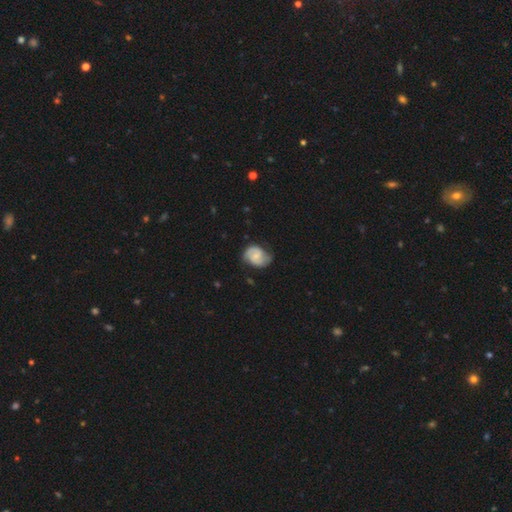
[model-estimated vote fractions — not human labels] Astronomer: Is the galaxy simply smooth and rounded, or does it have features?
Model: featured or disk — 66%.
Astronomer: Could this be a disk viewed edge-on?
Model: no — 98%.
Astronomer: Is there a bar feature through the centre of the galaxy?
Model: no — 45%, tied with weak at 45%.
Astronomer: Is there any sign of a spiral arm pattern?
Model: yes — 93%.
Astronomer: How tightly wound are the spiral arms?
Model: medium — 46% (runner-up: tight, 34%).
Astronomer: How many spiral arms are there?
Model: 2 — 85%.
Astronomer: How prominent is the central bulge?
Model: small — 49% (runner-up: moderate, 30%).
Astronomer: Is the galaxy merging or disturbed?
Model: none — 65%.